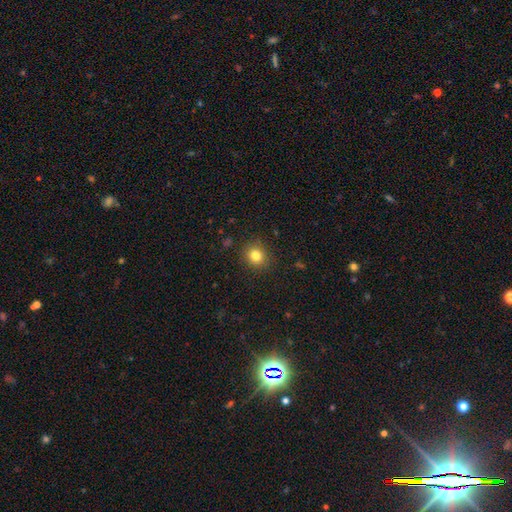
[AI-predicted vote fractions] Smooth or featured?
  - smooth: 82% *
  - star or artifact: 12%
  - featured or disk: 6%
How rounded?
  - round: 81% *
  - in between: 18%
  - cigar-shaped: 1%
Merging?
  - none: 89% *
  - minor disturbance: 8%
  - major disturbance: 2%
  - merger: 1%